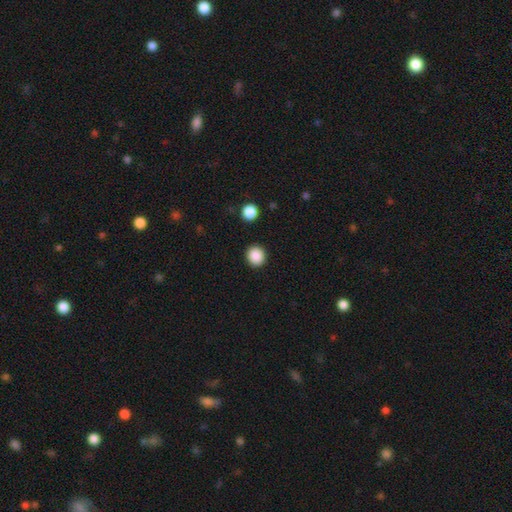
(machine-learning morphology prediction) smooth-or-featured: smooth: 88% | star or artifact: 9% | featured or disk: 3%
  how-rounded: round: 88% | in between: 11% | cigar-shaped: 1%
  merging: none: 91% | minor disturbance: 5% | major disturbance: 2% | merger: 2%